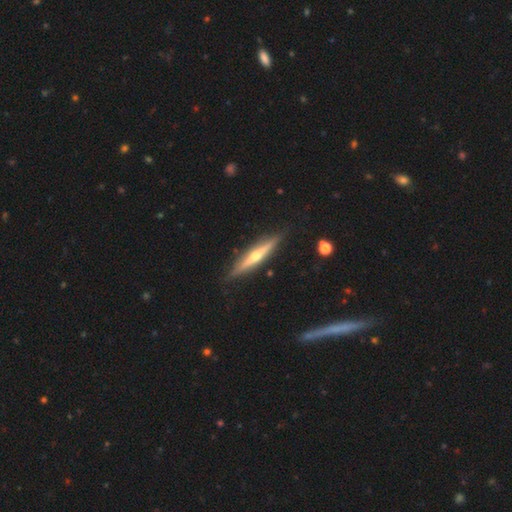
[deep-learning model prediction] Smooth or featured? featured or disk (74%)
Edge-on disk? yes (97%)
Edge-on bulge? rounded (89%)
Merging? none (88%)